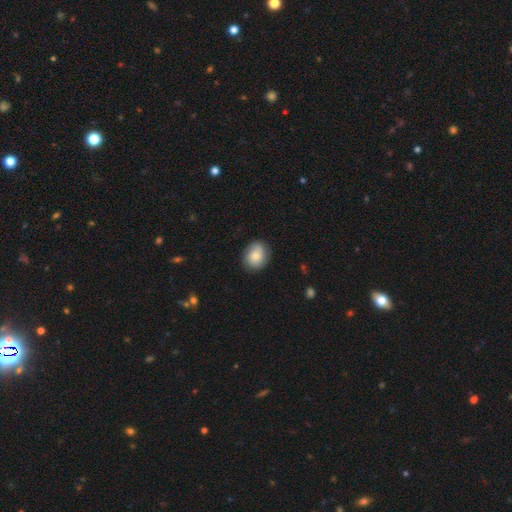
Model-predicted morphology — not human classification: This is likely a smooth galaxy (65%). How rounded: likely round (62%). Merging: clearly none (83%).